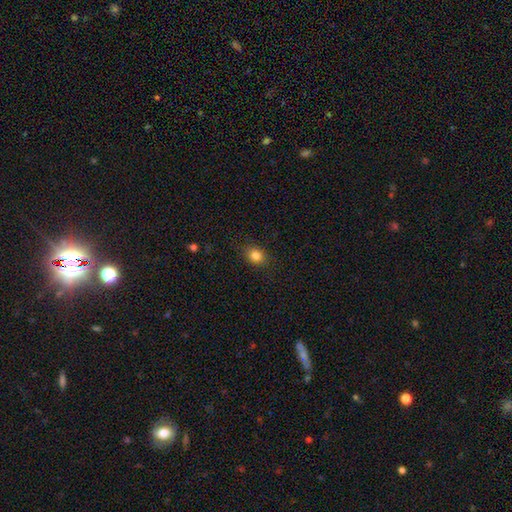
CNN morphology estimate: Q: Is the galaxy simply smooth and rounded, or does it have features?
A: smooth — 84%.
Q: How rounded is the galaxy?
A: round — 50%.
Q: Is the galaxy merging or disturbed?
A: none — 86%.